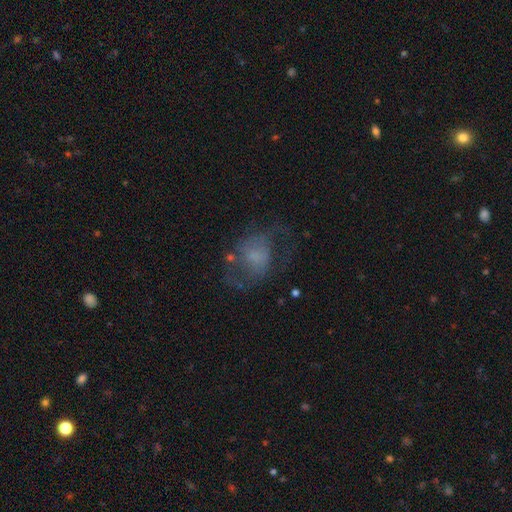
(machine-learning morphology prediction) The model was most divided on "bulge size": none: 37%, small: 28%, moderate: 23%, large: 9%, dominant: 2%. Remaining: edge-on disk — no (97%); bar — no (68%); spiral arms — yes (61%); smooth or featured — featured or disk (53%); merging — none (47%).